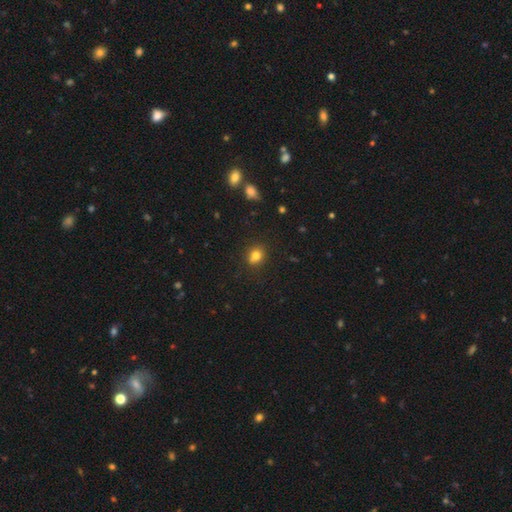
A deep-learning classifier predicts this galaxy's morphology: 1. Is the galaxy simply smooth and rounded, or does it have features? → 79% smooth, 13% star or artifact, 8% featured or disk.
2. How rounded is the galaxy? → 62% round, 37% in between, 1% cigar-shaped.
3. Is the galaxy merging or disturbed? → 80% none, 13% minor disturbance, 4% merger, 3% major disturbance.